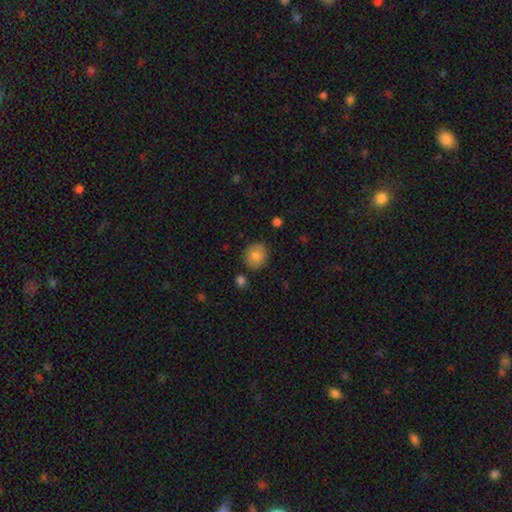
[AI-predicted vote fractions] The model was most divided on "how rounded": round: 79%, in between: 20%, cigar-shaped: 1%. More confident: merging — none (84%); smooth or featured — smooth (81%).